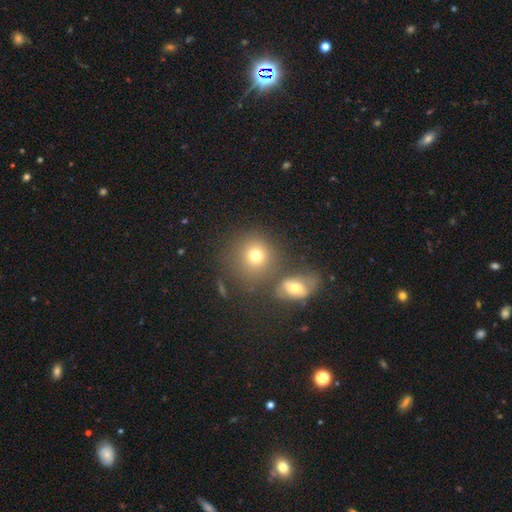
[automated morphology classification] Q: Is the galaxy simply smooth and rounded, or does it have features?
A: smooth — 74%.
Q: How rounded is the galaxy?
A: round — 84%.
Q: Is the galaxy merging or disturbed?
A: none — 63%.